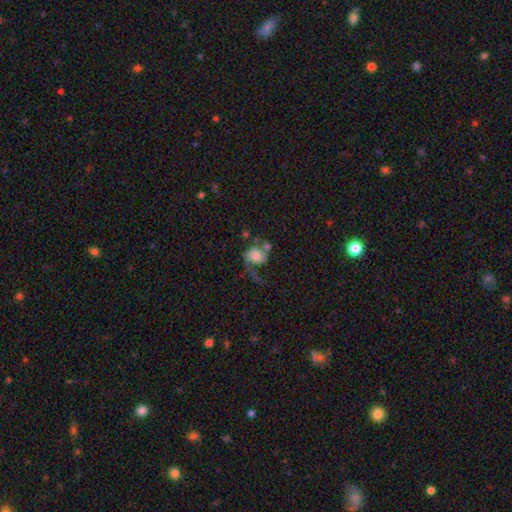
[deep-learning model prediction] Morphology: type=featured or disk (65%); edge-on=no (97%); bar=no (69%); spiral arms=yes (89%); winding=loose (61%); arm count=2 (66%); bulge=moderate (42%); merging=none (35%).